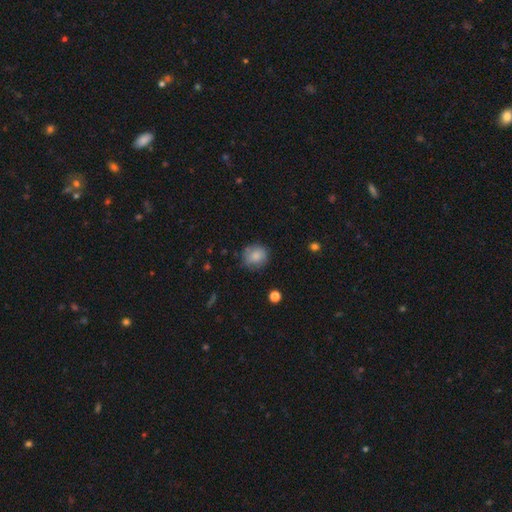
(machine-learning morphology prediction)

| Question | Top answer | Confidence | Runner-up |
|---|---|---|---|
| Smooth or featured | smooth | 83% | featured or disk (9%) |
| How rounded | round | 79% | in between (20%) |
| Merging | none | 78% | minor disturbance (16%) |